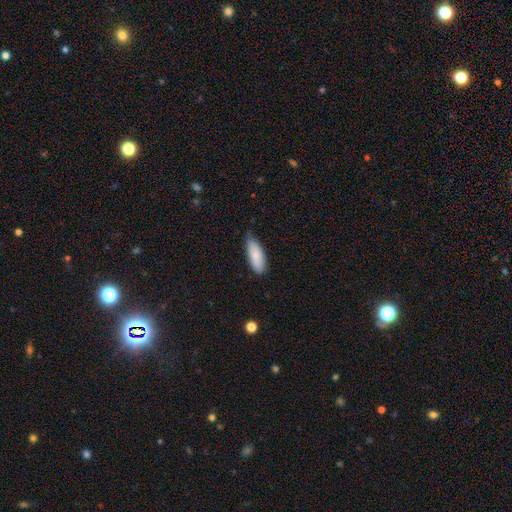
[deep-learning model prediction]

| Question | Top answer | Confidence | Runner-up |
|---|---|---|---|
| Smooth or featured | smooth | 84% | featured or disk (10%) |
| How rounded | in between | 75% | cigar-shaped (23%) |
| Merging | none | 68% | minor disturbance (27%) |